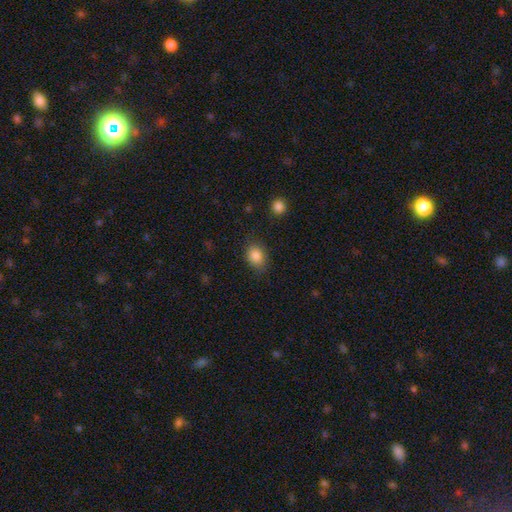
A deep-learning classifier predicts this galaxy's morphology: A smooth galaxy with no disk features (85%) that is in between round and cigar-shaped (62%).

Vote fractions:
- Smooth or featured? smooth: 85% / star or artifact: 9% / featured or disk: 6%
- How rounded? in between: 62% / round: 37% / cigar-shaped: 1%
- Merging? none: 80% / minor disturbance: 14% / major disturbance: 4% / merger: 2%